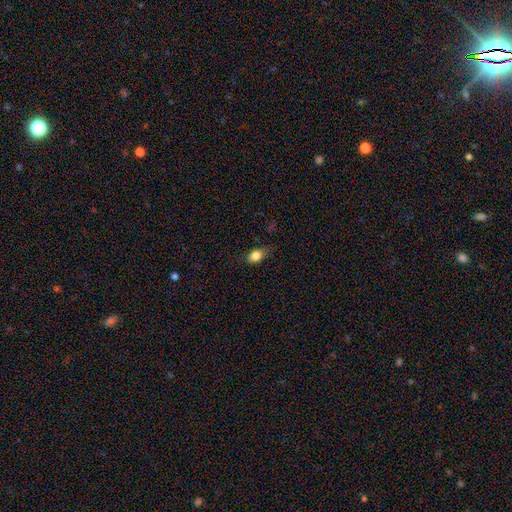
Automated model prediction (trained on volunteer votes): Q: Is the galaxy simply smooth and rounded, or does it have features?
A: smooth — 82%.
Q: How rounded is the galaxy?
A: in between — 68%.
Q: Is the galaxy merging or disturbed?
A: none — 70%.